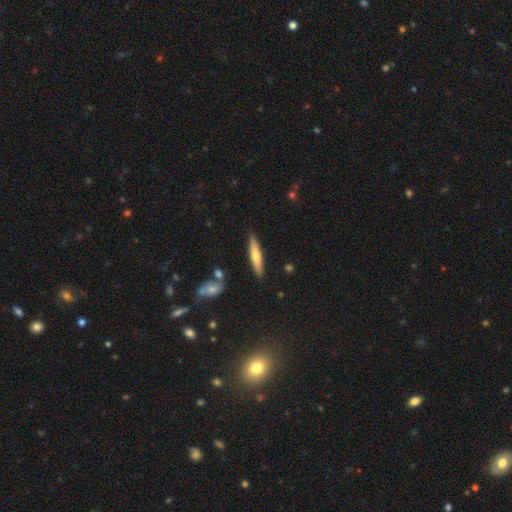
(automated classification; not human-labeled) This appears to be a smooth galaxy with no disk features (59%) that is cigar-shaped (88%). Merging: none (85%).